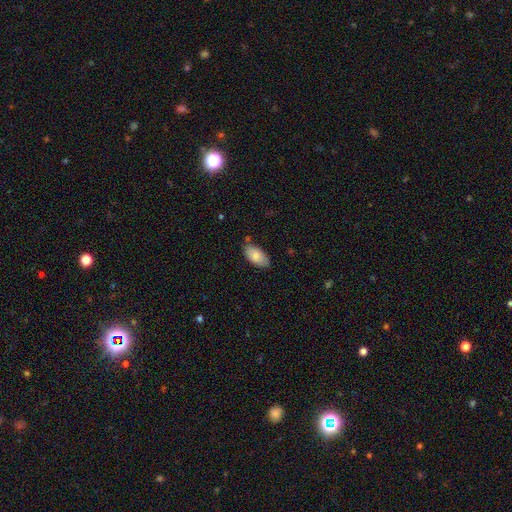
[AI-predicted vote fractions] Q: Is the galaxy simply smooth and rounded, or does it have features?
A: smooth — 83%.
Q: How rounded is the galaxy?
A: in between — 95%.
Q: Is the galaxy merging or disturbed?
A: none — 78%.